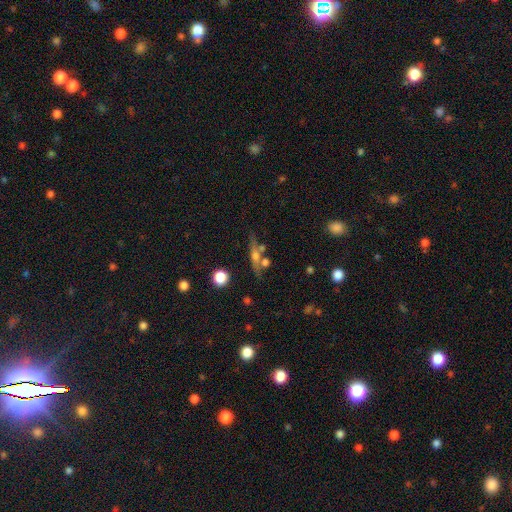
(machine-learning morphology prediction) Overall: featured or disk (53%; smooth 35%). Edge-on disk: yes (81%). Merging: none (63%).